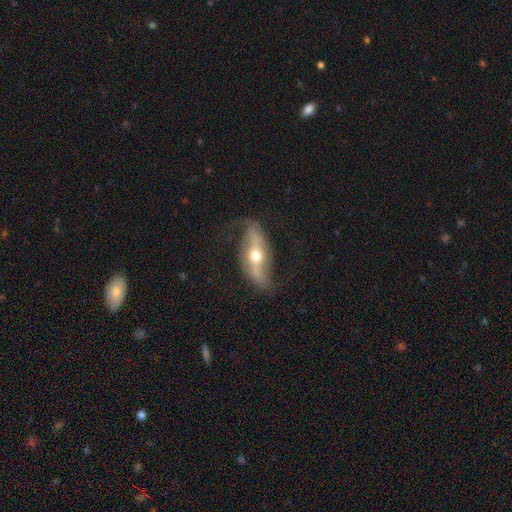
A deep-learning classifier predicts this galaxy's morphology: Smooth or featured? Predicted: featured or disk (p=0.76). Edge-on disk? Predicted: no (p=0.69). Bar? Predicted: strong (p=0.49). Spiral arms? Predicted: yes (p=0.75). Bulge size? Predicted: moderate (p=0.73). Merging? Predicted: none (p=0.67).